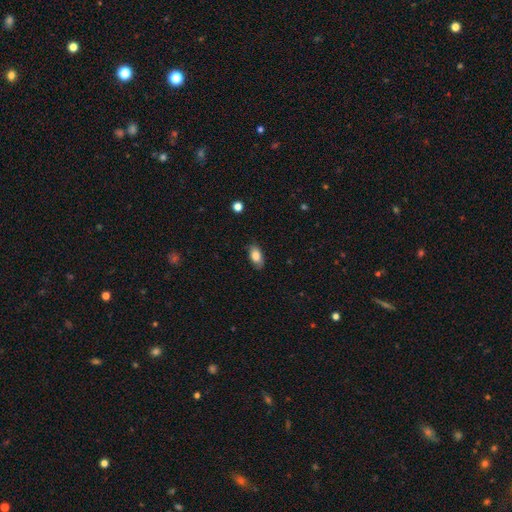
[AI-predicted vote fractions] Smooth or featured? smooth (83%)
How rounded? in between (91%)
Merging? none (84%)